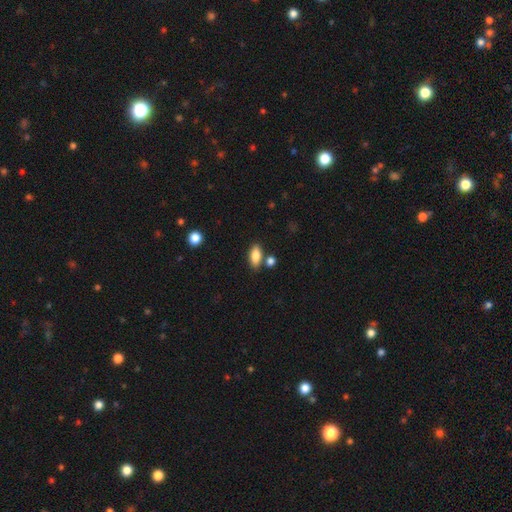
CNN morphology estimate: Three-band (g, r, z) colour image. It shows a smooth galaxy with no disk features (83%) that is in between round and cigar-shaped (87%). Merging: none (75%).